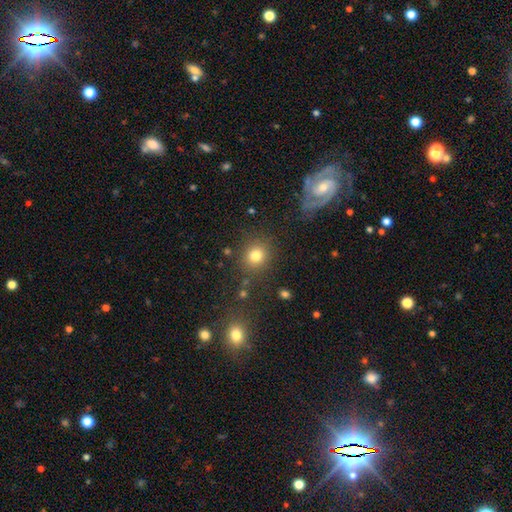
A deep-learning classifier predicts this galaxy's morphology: smooth 80%, star or artifact 13%, featured or disk 7%. Down the decision tree: how rounded — round (84%); merging — none (83%).